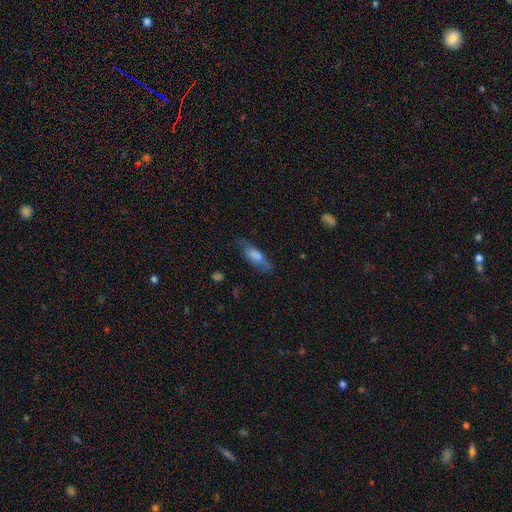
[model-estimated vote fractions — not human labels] smooth_or_featured: smooth (p=0.60) [alt: featured or disk p=0.32]
how_rounded: in between (p=0.57) [alt: cigar-shaped p=0.40]
merging: none (p=0.63) [alt: minor disturbance p=0.24]